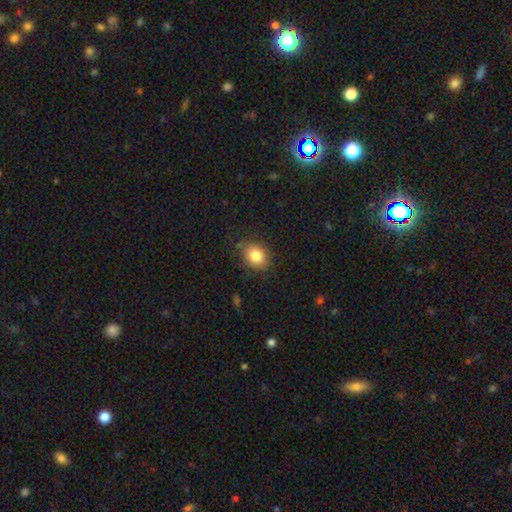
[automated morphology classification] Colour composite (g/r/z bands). It shows a smooth galaxy with no disk features (84%) that is in between round and cigar-shaped (56%). Merging: none (80%).